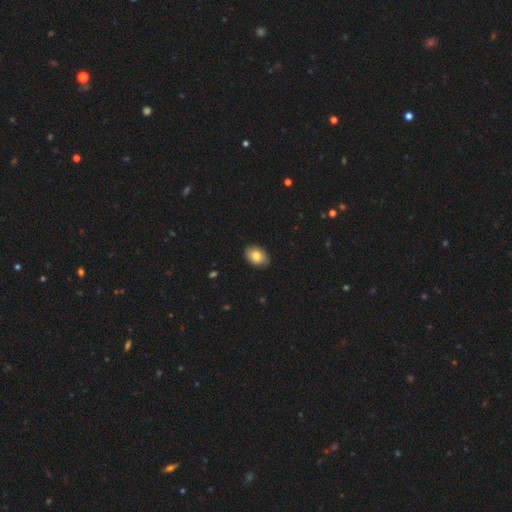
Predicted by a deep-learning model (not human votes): smooth 82%, featured or disk 11%, star or artifact 7%. Down the decision tree: how rounded — in between (83%); merging — none (88%).